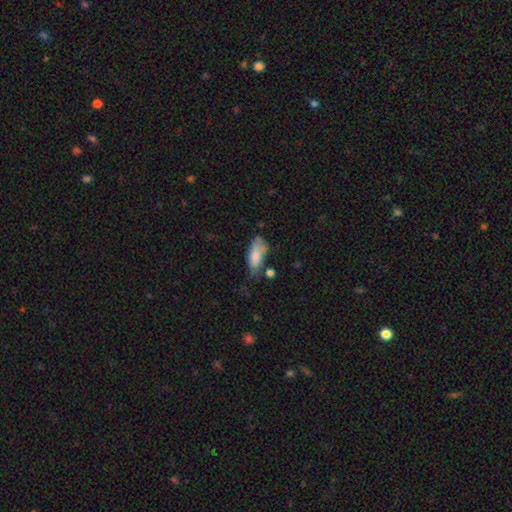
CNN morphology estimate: Smooth or featured: smooth — 79% (featured or disk — 14%)
How rounded: in between — 81% (cigar-shaped — 17%)
Merging: none — 45% (minor disturbance — 34%)